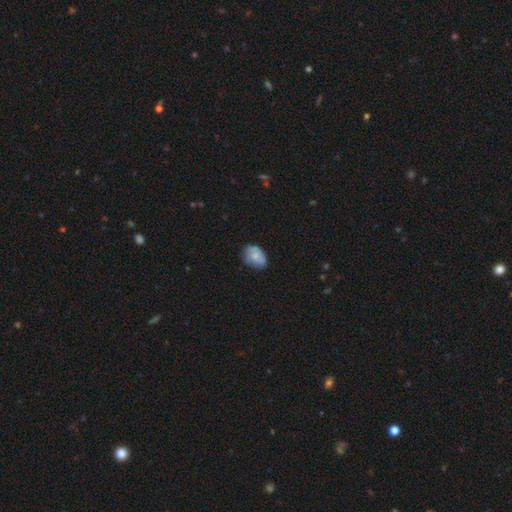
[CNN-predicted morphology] Q: Smooth or featured?
A: smooth (61%); runner-up: featured or disk (31%)
Q: How rounded?
A: in between (70%); runner-up: round (28%)
Q: Merging?
A: none (58%); runner-up: minor disturbance (33%)